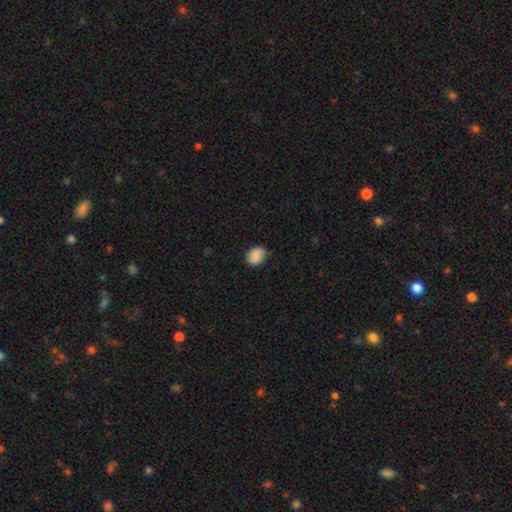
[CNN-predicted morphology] Smooth or featured? Predicted: smooth (p=0.85). How rounded? Predicted: in between (p=0.58). Merging? Predicted: none (p=0.80).